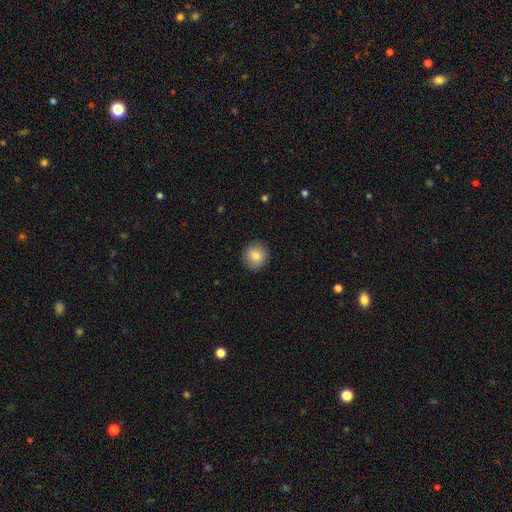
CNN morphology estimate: Smooth or featured: smooth — 85% (star or artifact — 8%)
How rounded: round — 89% (in between — 10%)
Merging: none — 91% (minor disturbance — 6%)